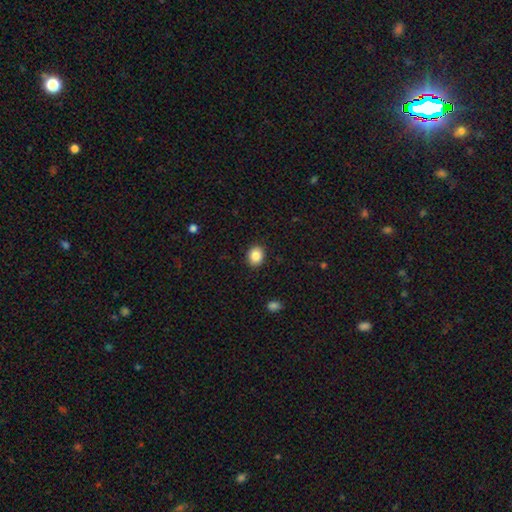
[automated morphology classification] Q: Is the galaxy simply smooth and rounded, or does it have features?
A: smooth — 86%.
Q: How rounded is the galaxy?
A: round — 60%.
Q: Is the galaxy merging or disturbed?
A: none — 91%.